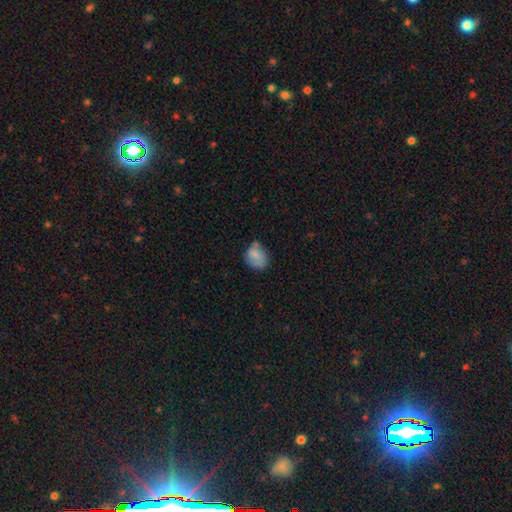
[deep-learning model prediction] This is likely a smooth galaxy (77%). How rounded: possibly in between (55%). Merging: possibly none (50%).